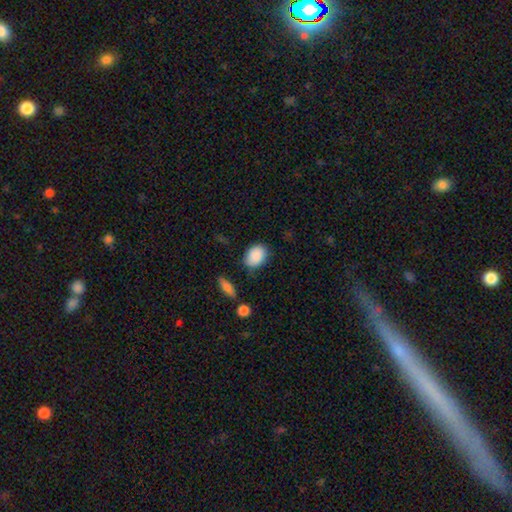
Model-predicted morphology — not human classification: Smooth or featured: smooth — 89% (star or artifact — 7%)
How rounded: in between — 73% (round — 26%)
Merging: none — 76% (minor disturbance — 17%)